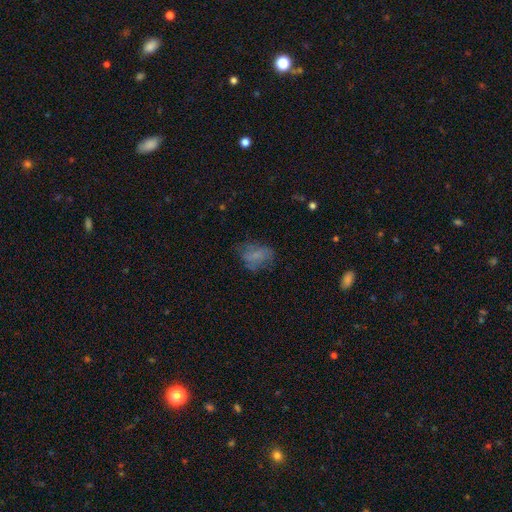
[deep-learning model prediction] smooth-or-featured: smooth: 59% | featured or disk: 27% | star or artifact: 14%
  how-rounded: in between: 73% | round: 26% | cigar-shaped: 2%
  merging: none: 54% | minor disturbance: 25% | major disturbance: 19% | merger: 2%